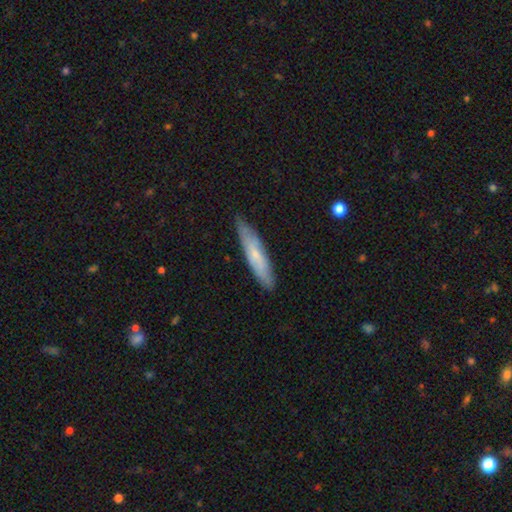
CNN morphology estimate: Smooth or featured?
  - smooth: 63% *
  - featured or disk: 32%
  - star or artifact: 6%
How rounded?
  - cigar-shaped: 83% *
  - in between: 16%
  - round: 1%
Merging?
  - none: 83% *
  - minor disturbance: 13%
  - major disturbance: 2%
  - merger: 1%